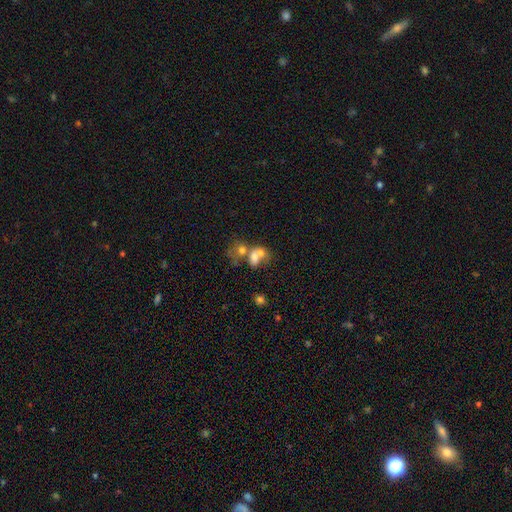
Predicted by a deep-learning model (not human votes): Morphology: type=smooth (60%); roundness=in between (61%); merging=merger (67%).